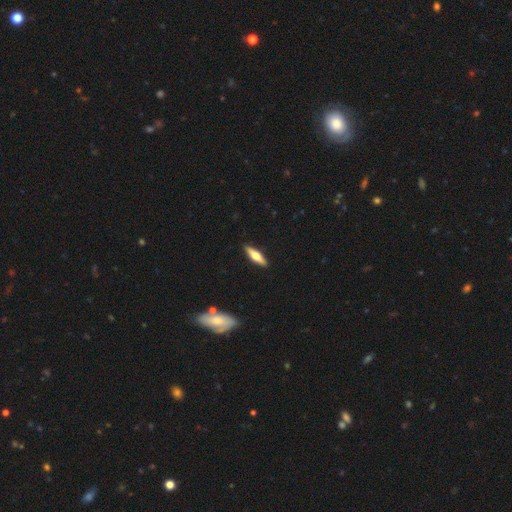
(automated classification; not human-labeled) This is possibly a featured or disk galaxy (49%). Merging: clearly none (90%).